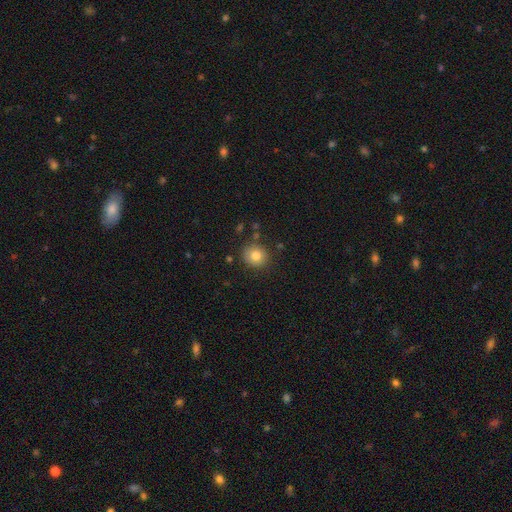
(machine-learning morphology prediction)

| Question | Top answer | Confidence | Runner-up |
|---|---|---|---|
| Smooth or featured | smooth | 80% | star or artifact (11%) |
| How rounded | round | 83% | in between (16%) |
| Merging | none | 85% | minor disturbance (10%) |